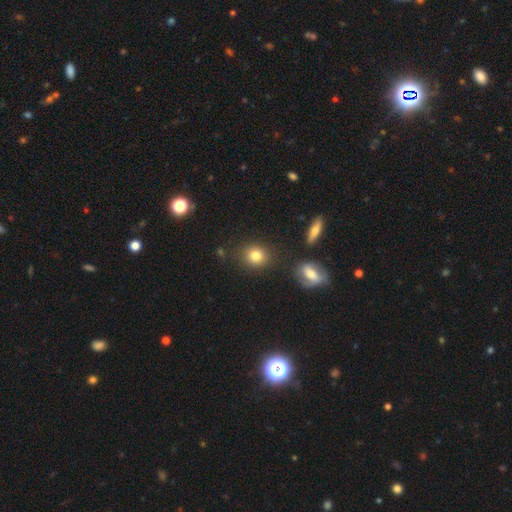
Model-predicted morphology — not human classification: Overall: smooth (81%). How rounded: round (78%). Merging: none (82%).